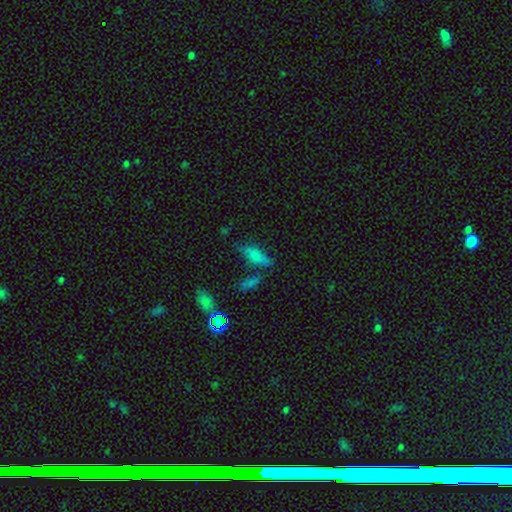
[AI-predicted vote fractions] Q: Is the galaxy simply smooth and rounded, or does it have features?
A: smooth — 69%.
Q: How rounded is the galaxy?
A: in between — 62%.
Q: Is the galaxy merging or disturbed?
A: none — 55%.